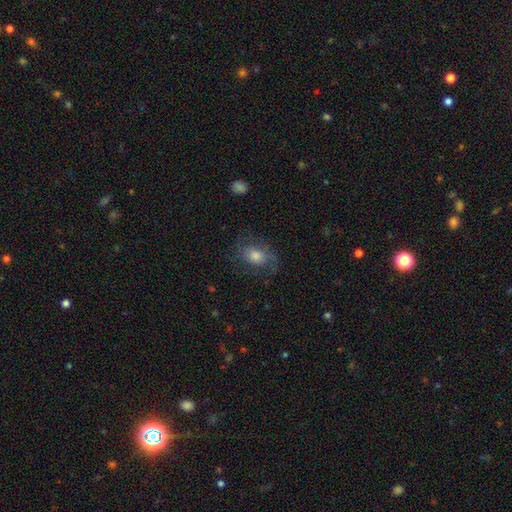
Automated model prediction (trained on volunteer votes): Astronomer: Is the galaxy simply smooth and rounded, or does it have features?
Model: smooth — 50% (runner-up: featured or disk, 39%).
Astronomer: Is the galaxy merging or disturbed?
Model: none — 65%.